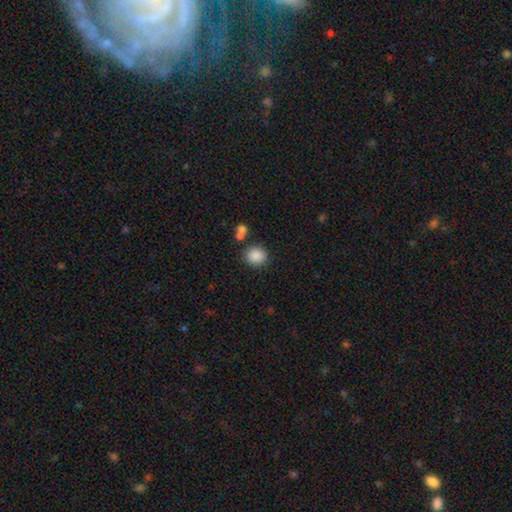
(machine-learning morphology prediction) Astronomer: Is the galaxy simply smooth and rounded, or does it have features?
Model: smooth — 87%.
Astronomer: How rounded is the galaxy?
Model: round — 77%.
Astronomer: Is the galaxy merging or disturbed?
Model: none — 78%.